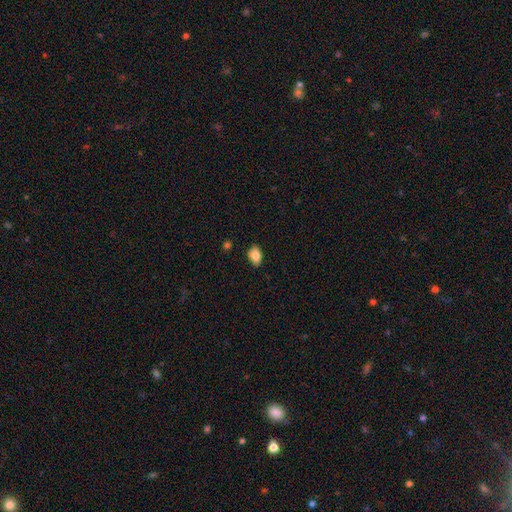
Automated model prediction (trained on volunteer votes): This is clearly a smooth galaxy (84%). How rounded: clearly in between (86%). Merging: likely none (79%).